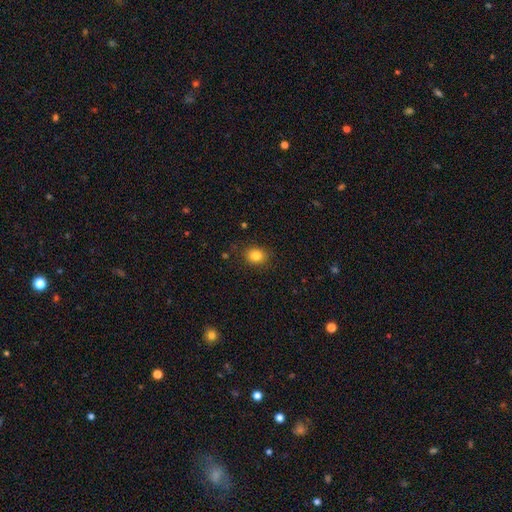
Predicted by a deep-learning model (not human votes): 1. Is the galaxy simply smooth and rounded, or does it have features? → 84% smooth, 11% star or artifact, 6% featured or disk.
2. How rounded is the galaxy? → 62% round, 37% in between, 1% cigar-shaped.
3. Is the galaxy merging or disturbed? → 87% none, 9% minor disturbance, 3% major disturbance, 1% merger.